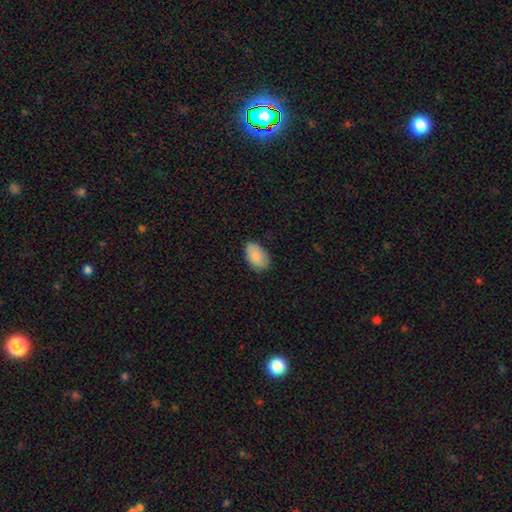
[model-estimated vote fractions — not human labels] Smooth or featured?
  - smooth: 85% *
  - featured or disk: 9%
  - star or artifact: 6%
How rounded?
  - in between: 92% *
  - round: 7%
  - cigar-shaped: 1%
Merging?
  - none: 80% *
  - minor disturbance: 17%
  - major disturbance: 3%
  - merger: 1%